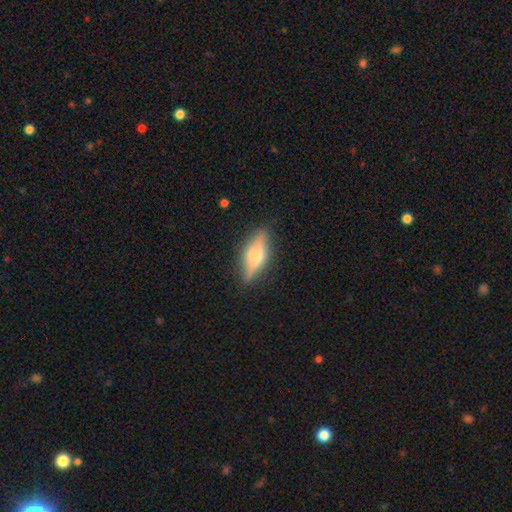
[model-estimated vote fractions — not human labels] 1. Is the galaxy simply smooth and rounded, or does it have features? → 47% featured or disk, 45% smooth, 8% star or artifact.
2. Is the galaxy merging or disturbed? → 79% none, 16% minor disturbance, 4% major disturbance, 1% merger.